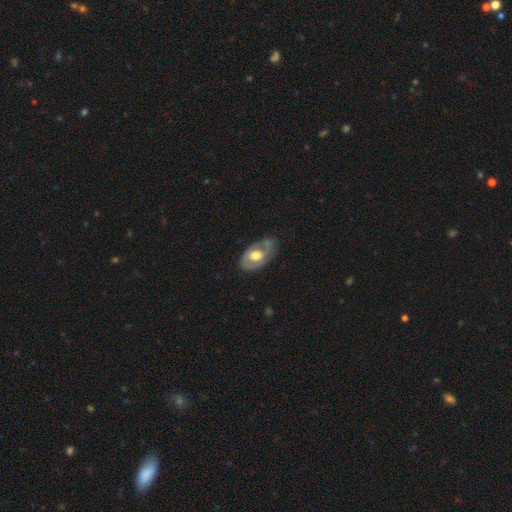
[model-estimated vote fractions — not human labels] smooth_or_featured: featured or disk (p=0.63) [alt: smooth p=0.32]
disk_edge_on: no (p=0.92) [alt: yes p=0.08]
bar: no (p=0.72) [alt: weak p=0.23]
has_spiral_arms: yes (p=0.57) [alt: no p=0.43]
bulge_size: moderate (p=0.57) [alt: large p=0.34]
merging: none (p=0.63) [alt: minor disturbance p=0.26]